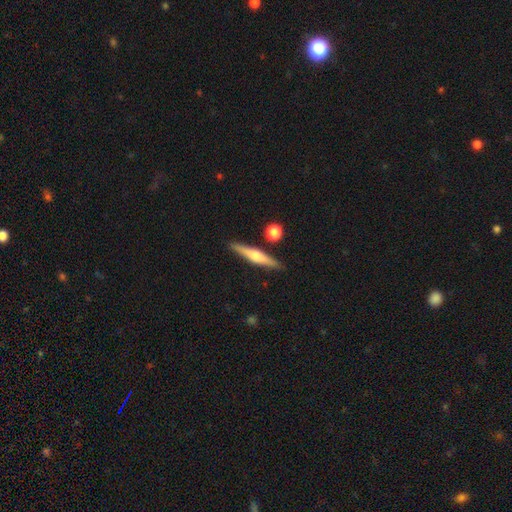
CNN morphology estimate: Smooth or featured? featured or disk (62%)
Edge-on disk? yes (97%)
Edge-on bulge? rounded (87%)
Merging? none (87%)